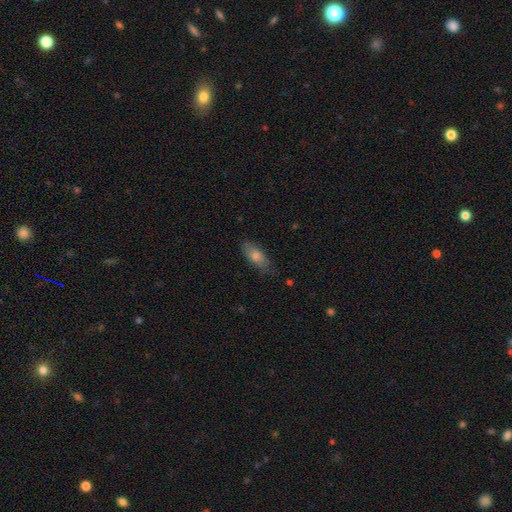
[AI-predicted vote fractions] Smooth or featured: smooth — 71% (featured or disk — 21%)
How rounded: in between — 70% (cigar-shaped — 27%)
Merging: none — 79% (minor disturbance — 17%)